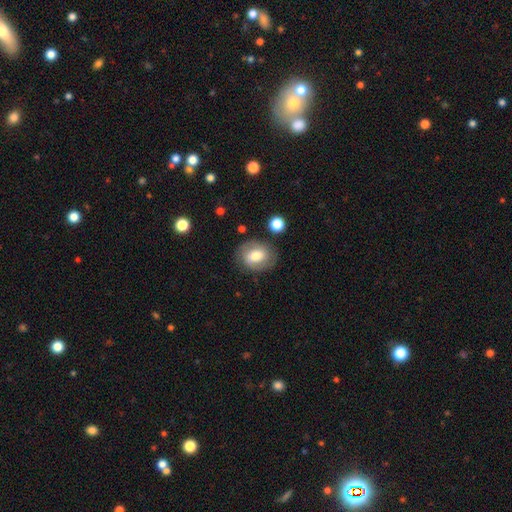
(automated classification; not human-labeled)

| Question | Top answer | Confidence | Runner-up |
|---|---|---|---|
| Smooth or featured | smooth | 53% | featured or disk (38%) |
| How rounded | in between | 52% | round (46%) |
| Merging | none | 79% | minor disturbance (14%) |